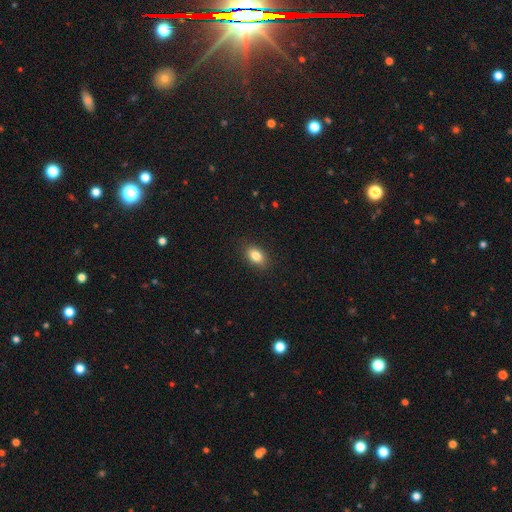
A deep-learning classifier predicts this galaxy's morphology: smooth_or_featured: smooth (p=0.84) [alt: star or artifact p=0.08]
how_rounded: in between (p=0.87) [alt: round p=0.10]
merging: none (p=0.88) [alt: minor disturbance p=0.09]